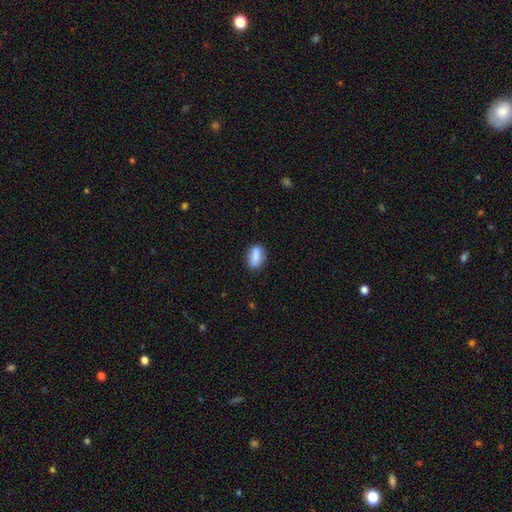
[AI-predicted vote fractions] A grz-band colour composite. It shows a smooth galaxy with no disk features (81%) that is in between round and cigar-shaped (79%). Merging: none (80%).